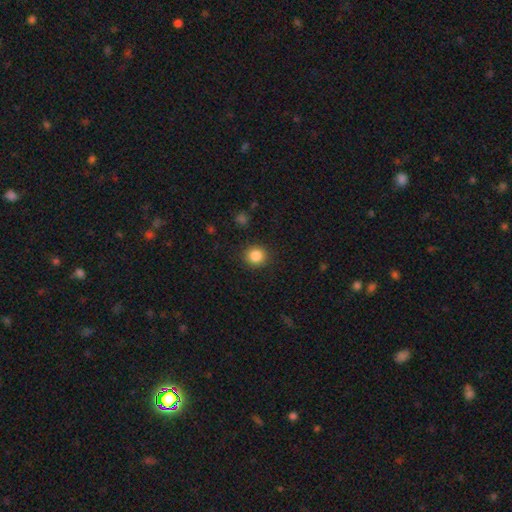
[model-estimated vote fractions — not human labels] Overall: smooth (85%). How rounded: round (90%). Merging: none (90%).